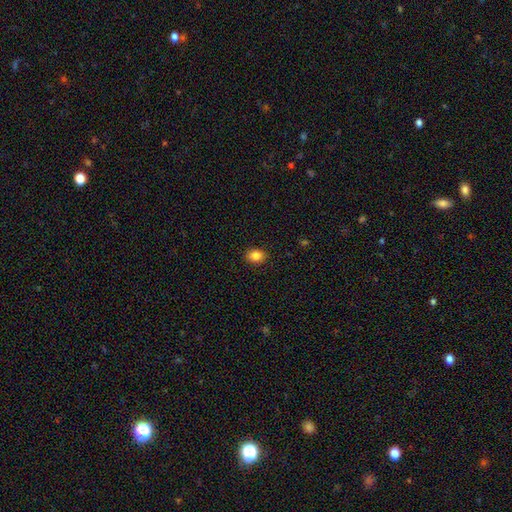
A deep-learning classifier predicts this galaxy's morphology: smooth_or_featured: smooth (p=0.85) [alt: star or artifact p=0.10]
how_rounded: round (p=0.54) [alt: in between p=0.45]
merging: none (p=0.89) [alt: minor disturbance p=0.08]